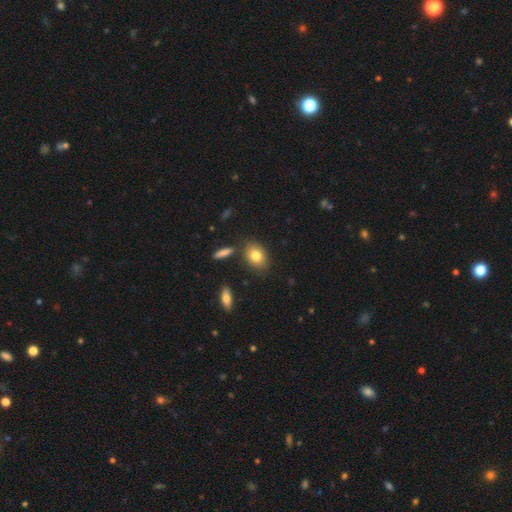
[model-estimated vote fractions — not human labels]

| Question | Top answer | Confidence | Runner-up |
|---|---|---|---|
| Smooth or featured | smooth | 80% | featured or disk (12%) |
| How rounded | in between | 71% | round (27%) |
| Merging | none | 80% | minor disturbance (11%) |